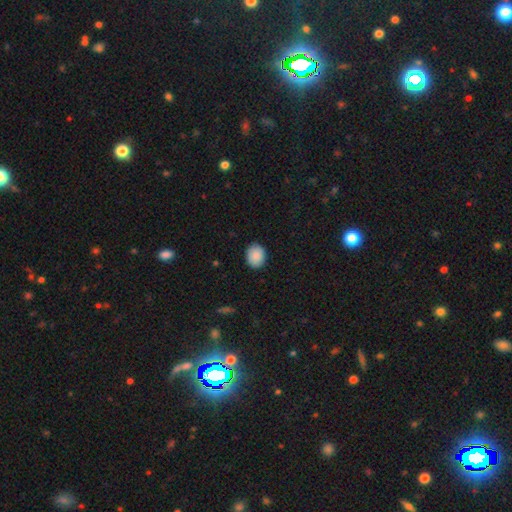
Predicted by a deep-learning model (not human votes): Smooth or featured? Predicted: smooth (p=0.88). How rounded? Predicted: in between (p=0.50). Merging? Predicted: none (p=0.88).